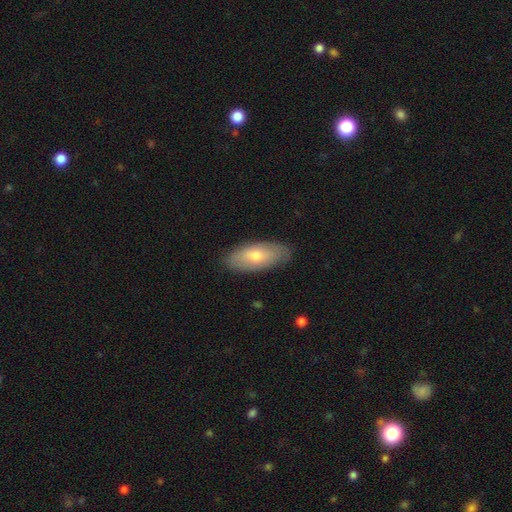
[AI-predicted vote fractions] Smooth or featured? smooth (61%)
How rounded? in between (85%)
Merging? none (84%)